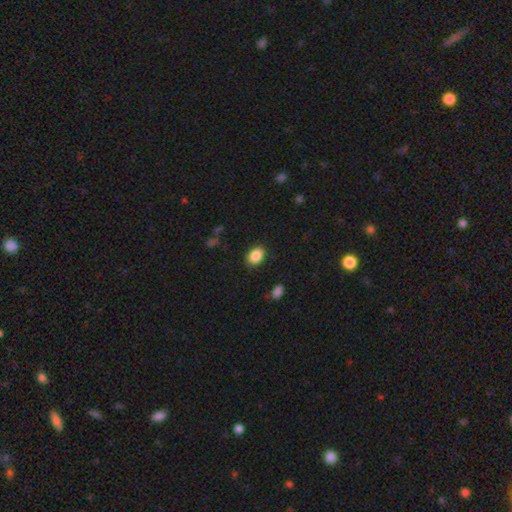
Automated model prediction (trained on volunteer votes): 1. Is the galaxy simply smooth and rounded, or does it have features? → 88% smooth, 8% star or artifact, 4% featured or disk.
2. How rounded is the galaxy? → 73% in between, 25% round, 1% cigar-shaped.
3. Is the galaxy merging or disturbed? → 86% none, 10% minor disturbance, 3% major disturbance, 1% merger.